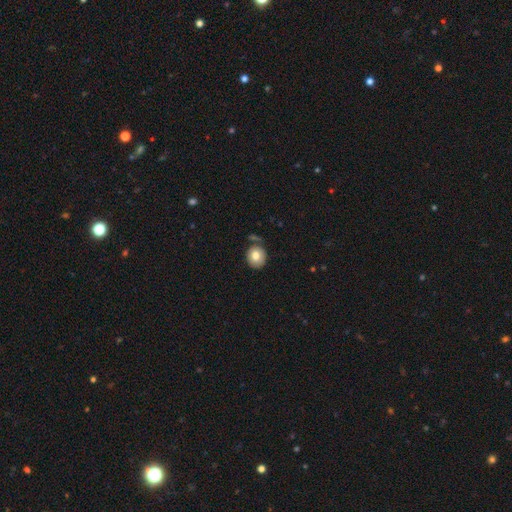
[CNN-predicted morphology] smooth 78%, featured or disk 14%, star or artifact 8%. Down the decision tree: how rounded — round (82%); merging — none (73%).